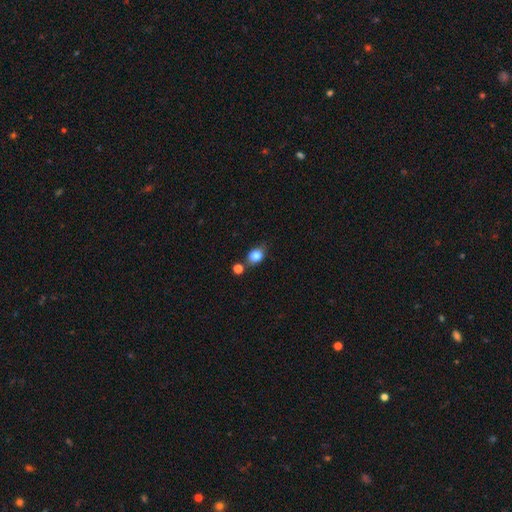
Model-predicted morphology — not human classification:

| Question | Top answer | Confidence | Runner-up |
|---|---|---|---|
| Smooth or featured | smooth | 82% | star or artifact (10%) |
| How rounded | in between | 56% | round (42%) |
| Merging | none | 66% | minor disturbance (16%) |